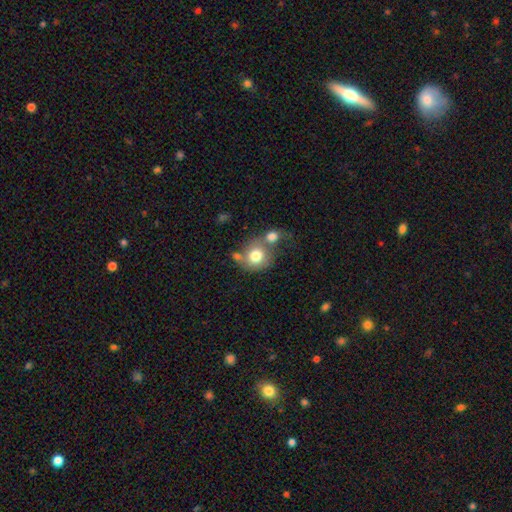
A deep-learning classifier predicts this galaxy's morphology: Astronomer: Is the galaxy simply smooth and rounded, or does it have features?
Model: smooth — 75%.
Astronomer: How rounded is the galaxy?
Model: round — 79%.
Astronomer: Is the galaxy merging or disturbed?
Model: merger — 46% (runner-up: none, 35%).